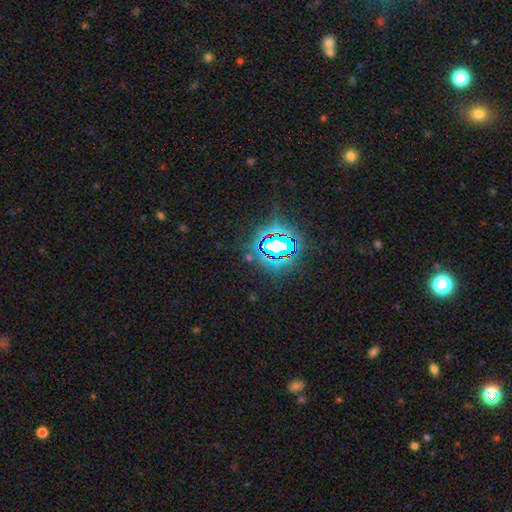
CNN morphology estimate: The model was most divided on "smooth or featured": star or artifact: 82%, smooth: 11%, featured or disk: 7%.